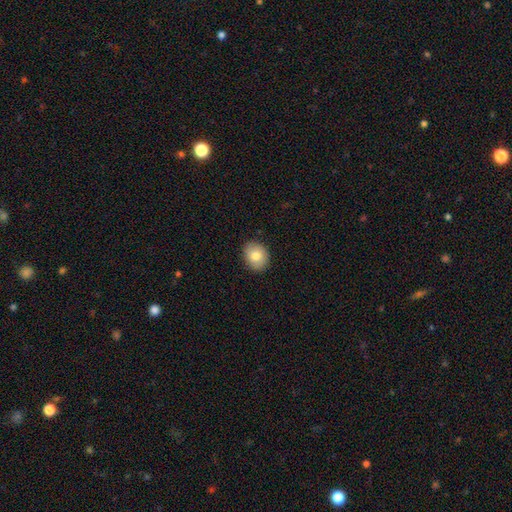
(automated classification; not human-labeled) Smooth or featured?
  - smooth: 79% *
  - featured or disk: 12%
  - star or artifact: 8%
How rounded?
  - in between: 51% *
  - round: 48%
  - cigar-shaped: 1%
Merging?
  - none: 89% *
  - minor disturbance: 8%
  - major disturbance: 2%
  - merger: 1%